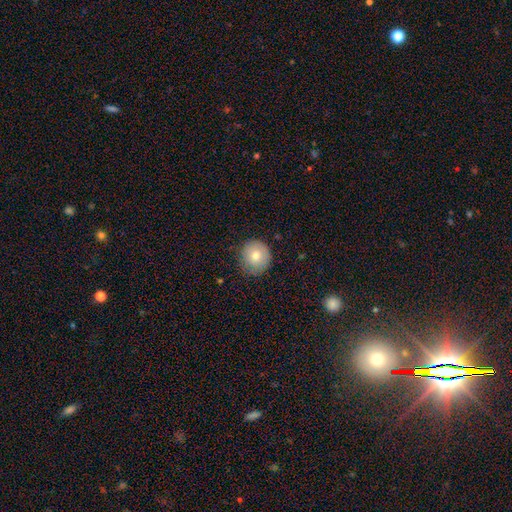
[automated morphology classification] This appears to be a smooth galaxy with no disk features (78%) that is round (92%). Merging: none (81%).